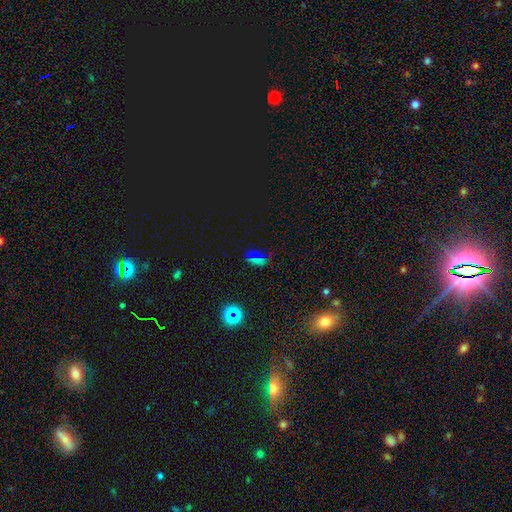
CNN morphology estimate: This is possibly a star or artifact rather than a galaxy (49%).